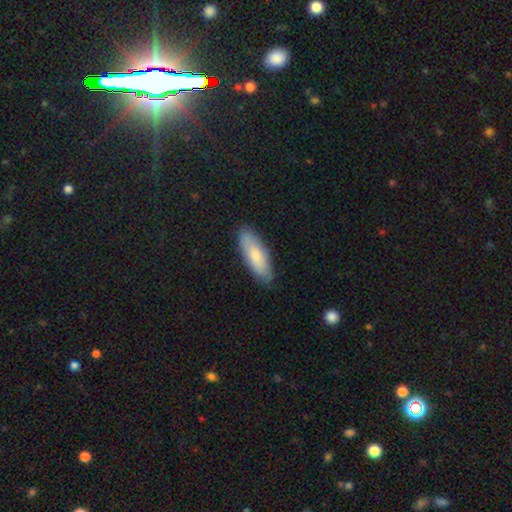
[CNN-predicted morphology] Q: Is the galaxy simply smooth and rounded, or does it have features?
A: smooth — 75%.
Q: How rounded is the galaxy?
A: in between — 61%.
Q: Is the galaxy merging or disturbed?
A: none — 85%.